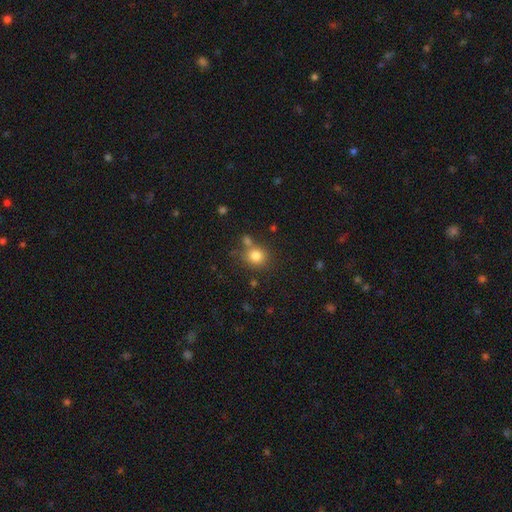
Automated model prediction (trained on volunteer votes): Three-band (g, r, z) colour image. It shows a smooth galaxy with no disk features (81%) that is round (82%). Merging: none (66%).